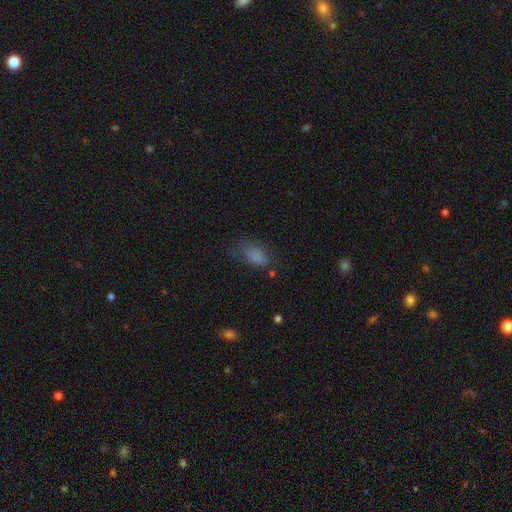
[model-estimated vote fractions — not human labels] Q: Smooth or featured?
A: smooth (79%); runner-up: star or artifact (12%)
Q: How rounded?
A: in between (86%); runner-up: cigar-shaped (9%)
Q: Merging?
A: none (58%); runner-up: minor disturbance (25%)